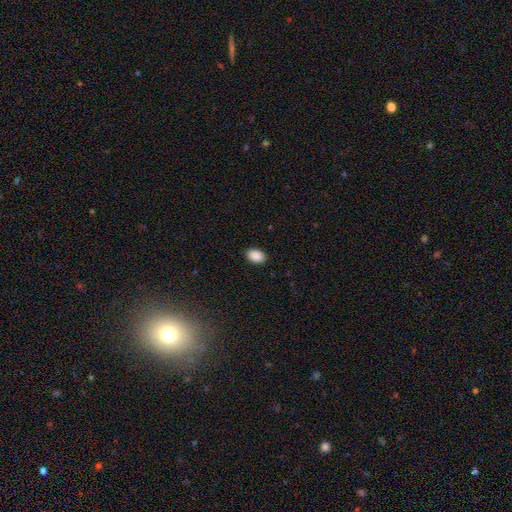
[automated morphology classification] Overall: smooth (90%). How rounded: in between (87%). Merging: none (90%).